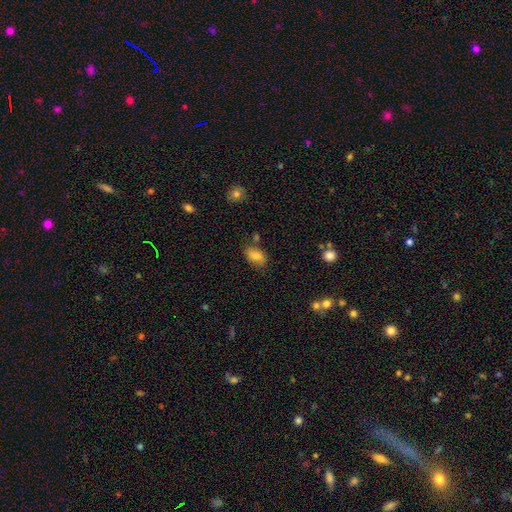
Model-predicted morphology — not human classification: smooth_or_featured: smooth (p=0.80) [alt: featured or disk p=0.11]
how_rounded: in between (p=0.87) [alt: round p=0.11]
merging: none (p=0.71) [alt: minor disturbance p=0.19]